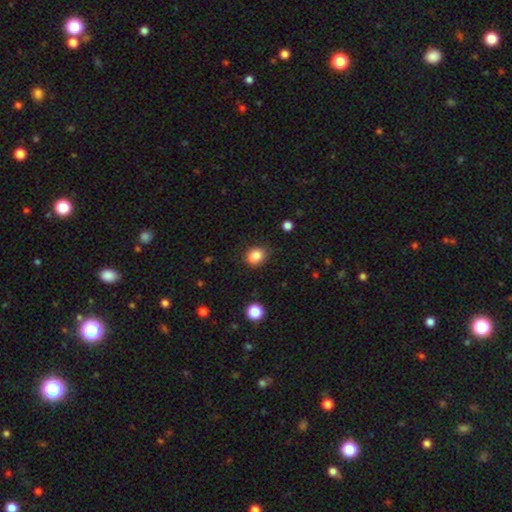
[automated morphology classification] Smooth or featured? Predicted: smooth (p=0.85). How rounded? Predicted: round (p=0.57). Merging? Predicted: none (p=0.82).